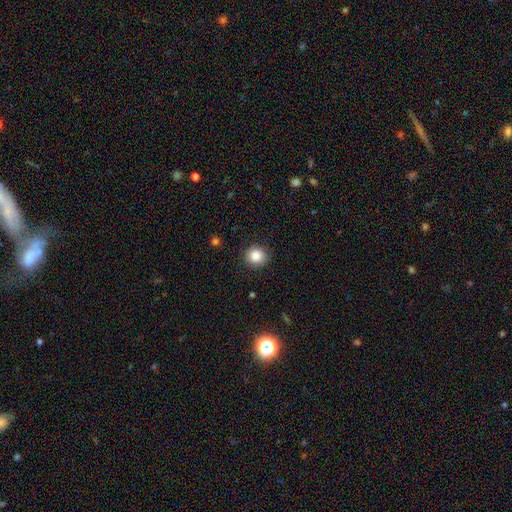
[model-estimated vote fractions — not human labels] The model was most divided on "how rounded": round: 87%, in between: 12%, cigar-shaped: 1%. More confident: merging — none (88%); smooth or featured — smooth (86%).